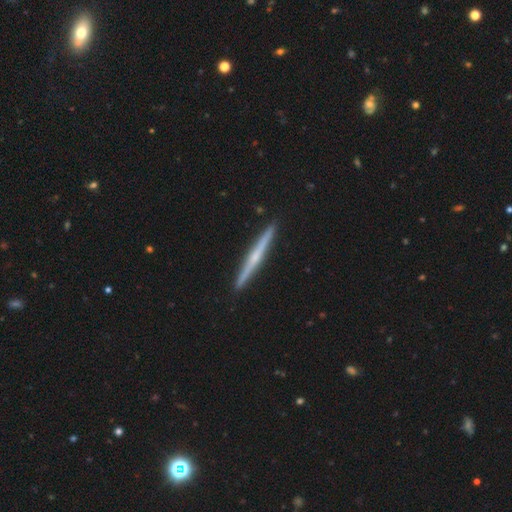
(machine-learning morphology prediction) Smooth or featured?
  - featured or disk: 71% *
  - smooth: 24%
  - star or artifact: 5%
Edge-on disk?
  - yes: 98% *
  - no: 2%
Edge-on bulge?
  - rounded: 59% *
  - none: 34%
  - boxy: 6%
Merging?
  - none: 93% *
  - minor disturbance: 5%
  - major disturbance: 1%
  - merger: 1%